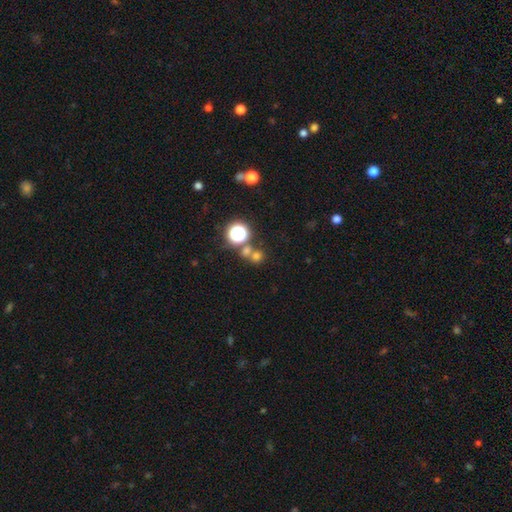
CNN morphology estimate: Overall: smooth (65%; star or artifact 27%). How rounded: round (87%). Merging: none (59%; merger 30%).